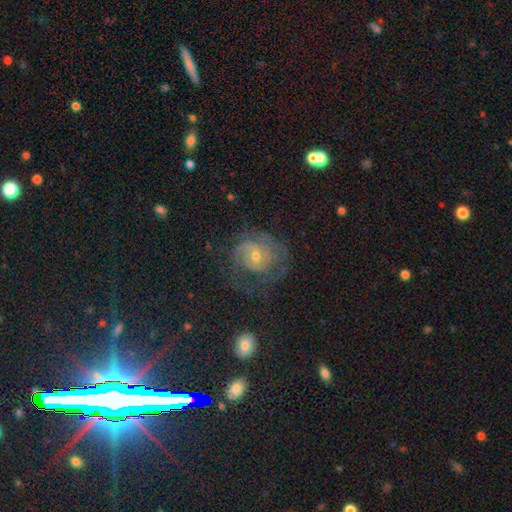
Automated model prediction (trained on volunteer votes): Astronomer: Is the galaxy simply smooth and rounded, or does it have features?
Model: featured or disk — 74%.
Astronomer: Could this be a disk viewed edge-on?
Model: no — 97%.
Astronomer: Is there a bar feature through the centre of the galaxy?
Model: no — 57% (runner-up: weak, 36%).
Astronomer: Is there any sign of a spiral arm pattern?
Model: yes — 87%.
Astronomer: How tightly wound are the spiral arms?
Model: tight — 54% (runner-up: medium, 35%).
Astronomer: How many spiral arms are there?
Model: can't tell — 39% (runner-up: 2, 31%).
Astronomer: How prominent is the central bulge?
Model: small — 58% (runner-up: moderate, 37%).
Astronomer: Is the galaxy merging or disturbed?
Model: none — 57%.